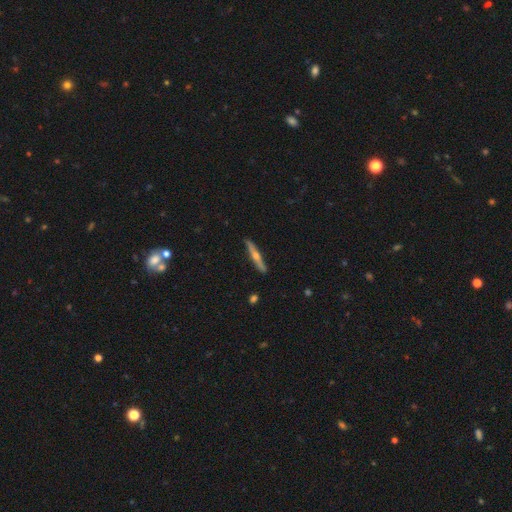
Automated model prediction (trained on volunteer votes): This is likely a featured or disk galaxy (66%). It is clearly viewed edge-on (97%). Edge-on bulge: clearly rounded (91%). Merging: clearly none (90%).